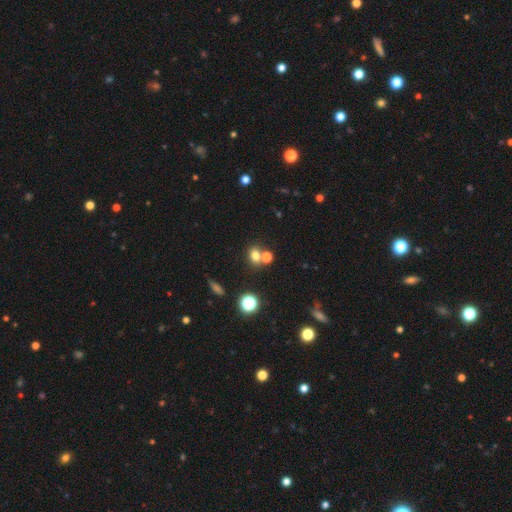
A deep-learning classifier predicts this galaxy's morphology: type=smooth (72%); roundness=round (57%); merging=none (56%).